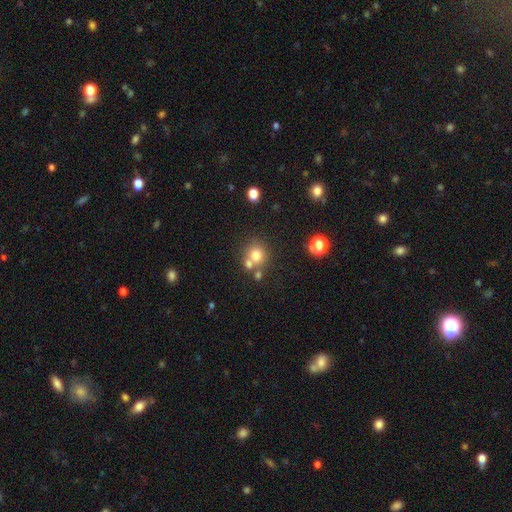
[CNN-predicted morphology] smooth_or_featured: smooth (p=0.73) [alt: star or artifact p=0.14]
how_rounded: round (p=0.87) [alt: in between p=0.12]
merging: none (p=0.56) [alt: merger p=0.31]